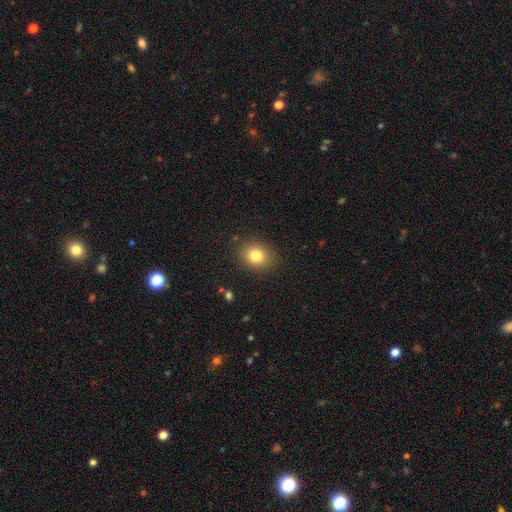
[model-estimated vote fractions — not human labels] A smooth galaxy with no disk features (81%) that is round (56%).

Vote fractions:
- Smooth or featured? smooth: 81% / star or artifact: 11% / featured or disk: 8%
- How rounded? round: 56% / in between: 43% / cigar-shaped: 1%
- Merging? none: 87% / minor disturbance: 9% / major disturbance: 3% / merger: 1%